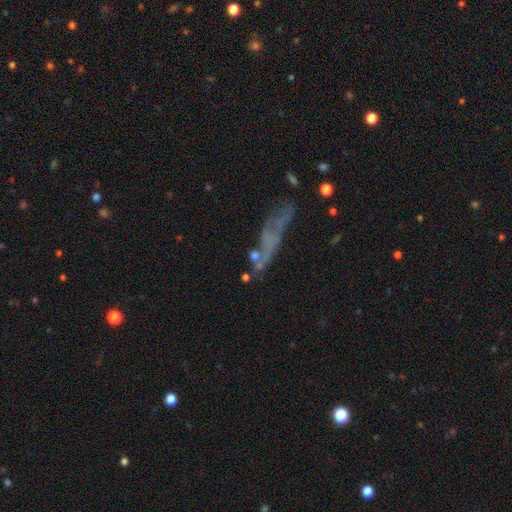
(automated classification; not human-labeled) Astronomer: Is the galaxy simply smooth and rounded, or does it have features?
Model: smooth — 43% (runner-up: featured or disk, 37%).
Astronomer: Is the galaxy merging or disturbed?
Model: none — 40% (runner-up: merger, 23%).